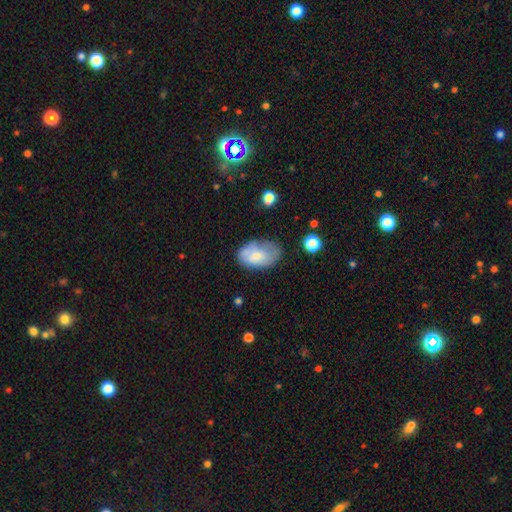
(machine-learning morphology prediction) This is likely a smooth galaxy (67%). How rounded: clearly in between (90%). Merging: possibly none (51%).